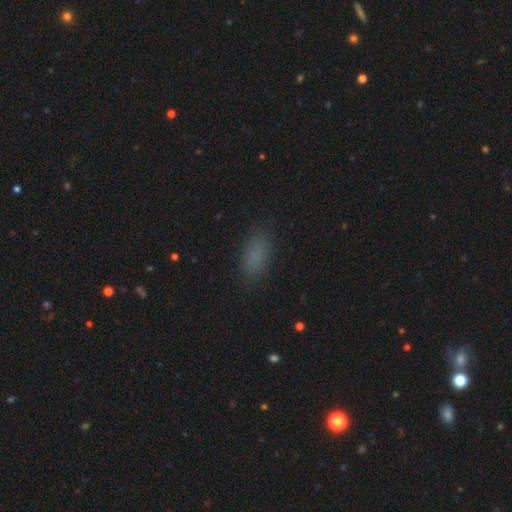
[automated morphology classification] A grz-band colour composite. It shows a smooth galaxy with no disk features (81%) that is in between round and cigar-shaped (84%). Merging: none (85%).